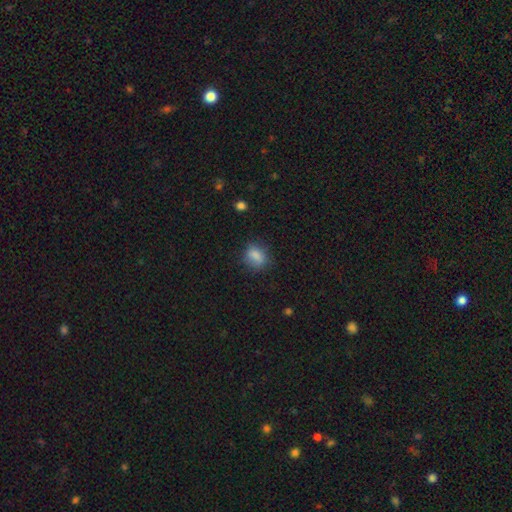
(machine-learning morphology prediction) Smooth or featured? smooth (82%)
How rounded? in between (56%)
Merging? none (69%)